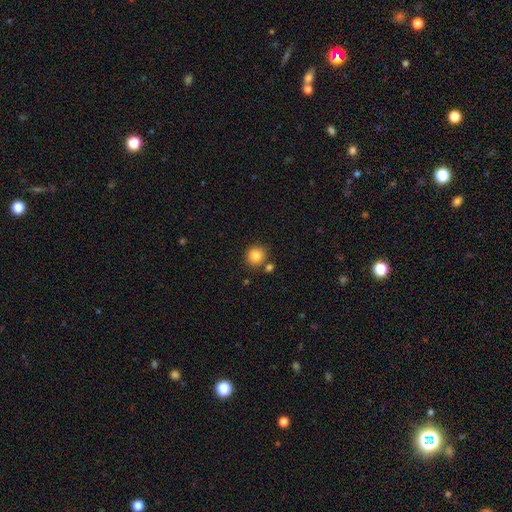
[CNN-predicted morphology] smooth-or-featured: smooth: 84% | star or artifact: 10% | featured or disk: 6%
  how-rounded: round: 89% | in between: 10% | cigar-shaped: 1%
  merging: none: 77% | merger: 11% | minor disturbance: 9% | major disturbance: 3%